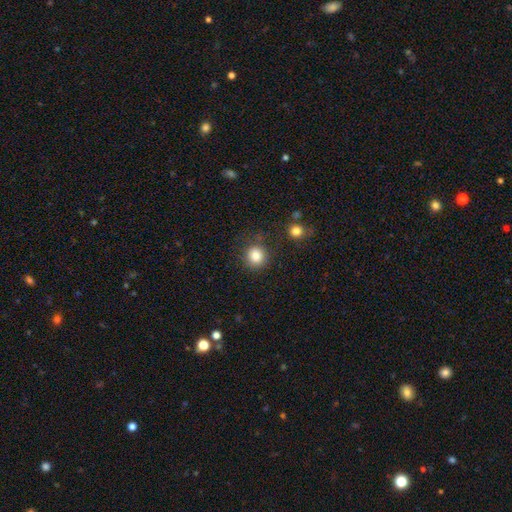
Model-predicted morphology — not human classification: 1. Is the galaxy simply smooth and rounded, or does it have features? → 84% smooth, 11% star or artifact, 5% featured or disk.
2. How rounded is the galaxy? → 86% round, 13% in between, 1% cigar-shaped.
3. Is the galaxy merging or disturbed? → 82% none, 11% minor disturbance, 4% major disturbance, 4% merger.